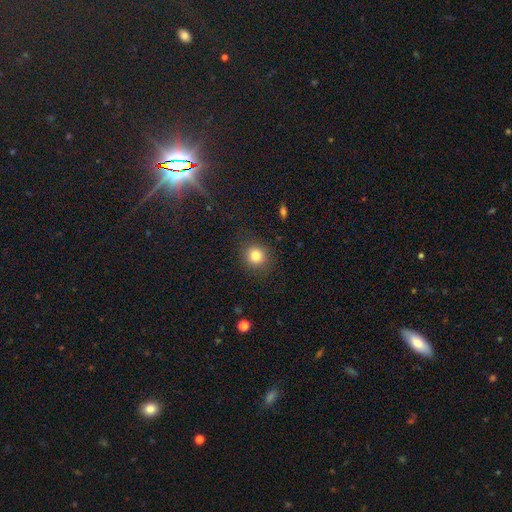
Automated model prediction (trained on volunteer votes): smooth-or-featured: smooth: 82% | star or artifact: 12% | featured or disk: 7%
  how-rounded: round: 88% | in between: 11% | cigar-shaped: 1%
  merging: none: 88% | minor disturbance: 8% | major disturbance: 3% | merger: 1%